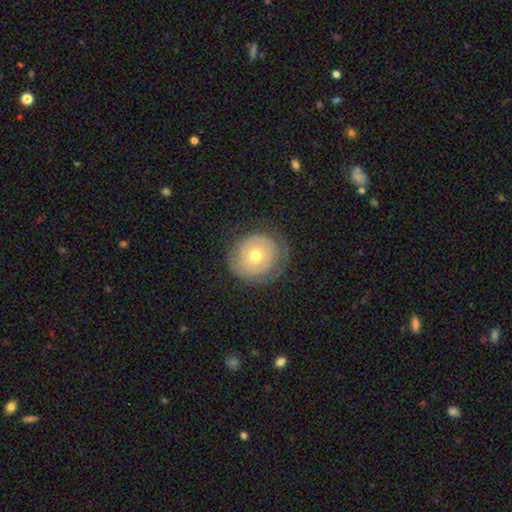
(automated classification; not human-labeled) Morphology: type=featured or disk (46%, tied with smooth); merging=none (70%).